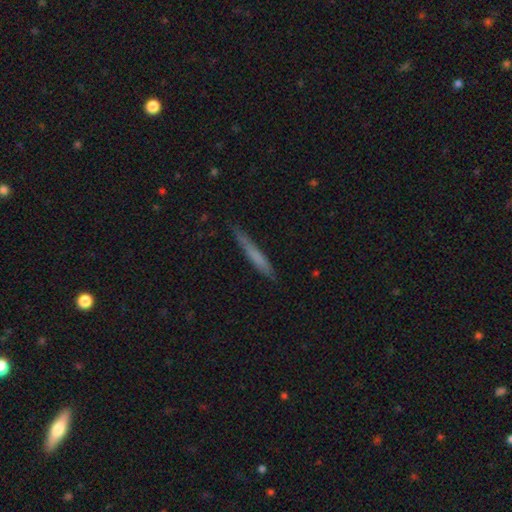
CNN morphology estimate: A smooth galaxy with no disk features (64%) that is cigar-shaped (96%).

Vote fractions:
- Smooth or featured? smooth: 64% / featured or disk: 30% / star or artifact: 7%
- How rounded? cigar-shaped: 96% / in between: 3% / round: 1%
- Merging? none: 80% / minor disturbance: 16% / major disturbance: 3% / merger: 2%